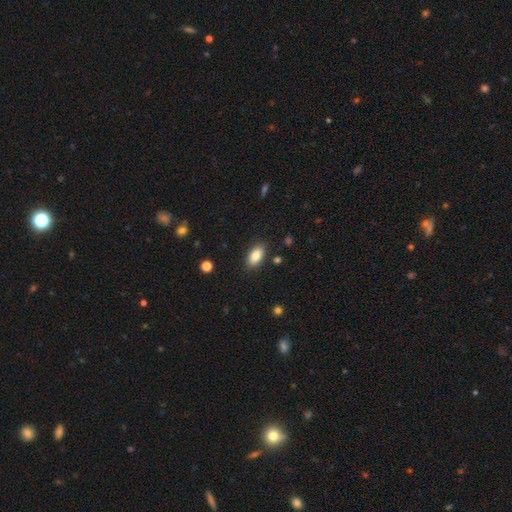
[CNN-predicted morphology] This is clearly a smooth galaxy (84%). How rounded: clearly in between (92%). Merging: clearly none (87%).